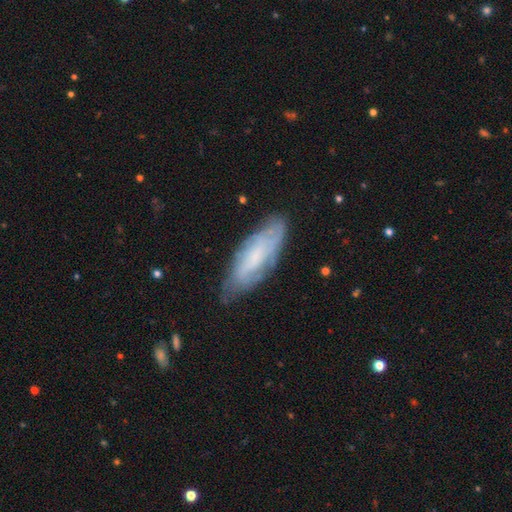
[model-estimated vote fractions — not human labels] Overall: featured or disk (50%; smooth 42%). Edge-on disk: no (77%). Merging: none (68%).